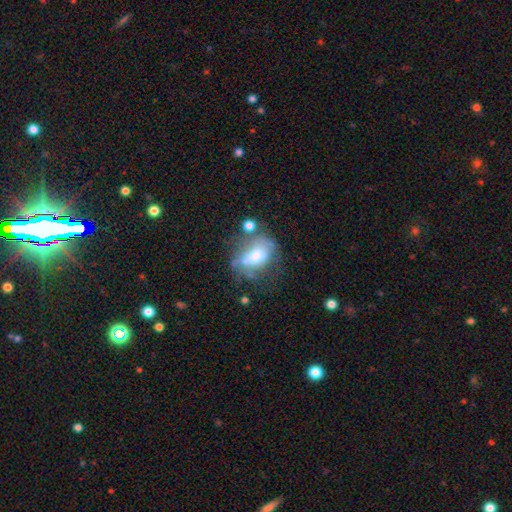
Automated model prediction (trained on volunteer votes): This appears to be a smooth galaxy with no disk features (47%). Merging: none (32%).